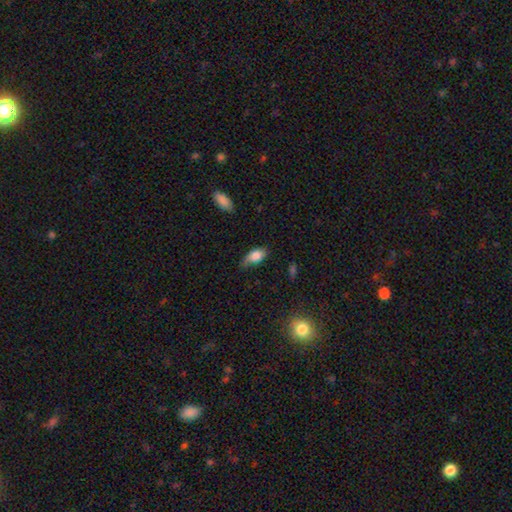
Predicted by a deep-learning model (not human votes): A smooth galaxy with no disk features (82%) that is in between round and cigar-shaped (89%).

Vote fractions:
- Smooth or featured? smooth: 82% / featured or disk: 11% / star or artifact: 7%
- How rounded? in between: 89% / cigar-shaped: 6% / round: 5%
- Merging? none: 47% / minor disturbance: 41% / major disturbance: 10% / merger: 2%